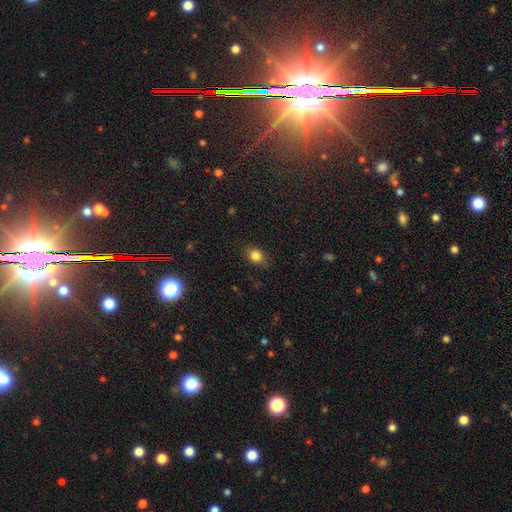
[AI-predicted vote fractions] Smooth or featured?
  - smooth: 83% *
  - star or artifact: 11%
  - featured or disk: 6%
How rounded?
  - in between: 54% *
  - round: 45%
  - cigar-shaped: 2%
Merging?
  - none: 79% *
  - minor disturbance: 16%
  - major disturbance: 4%
  - merger: 1%